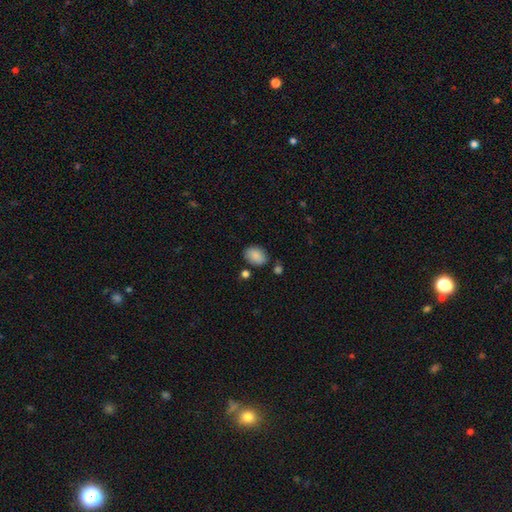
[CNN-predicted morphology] smooth 88%, star or artifact 7%, featured or disk 5%. Down the decision tree: how rounded — in between (83%); merging — none (77%).